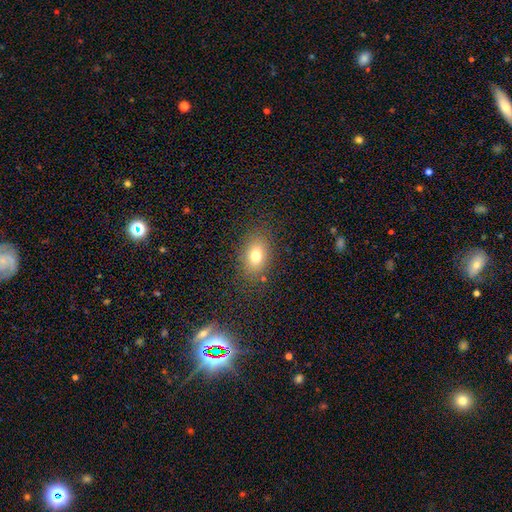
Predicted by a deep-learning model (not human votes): The model was most divided on "how rounded": in between: 77%, round: 21%, cigar-shaped: 2%. More confident: merging — none (83%); smooth or featured — smooth (75%).